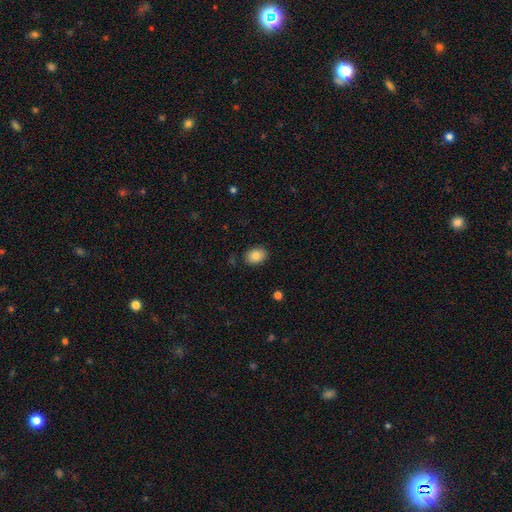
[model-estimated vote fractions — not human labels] Morphology: type=smooth (84%); roundness=in between (72%); merging=none (85%).